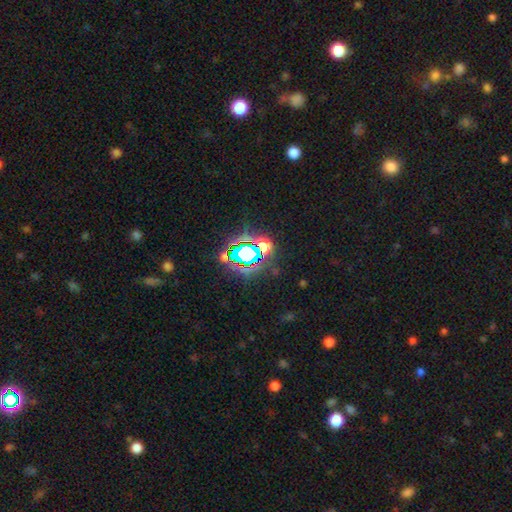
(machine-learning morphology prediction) A star or artifact, not a galaxy (79%).

Vote fractions:
- Smooth or featured? star or artifact: 79% / smooth: 13% / featured or disk: 8%